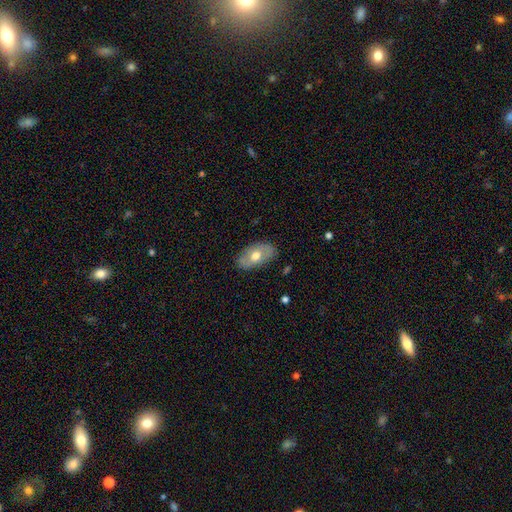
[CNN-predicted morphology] Smooth or featured? Predicted: smooth (p=0.55). How rounded? Predicted: in between (p=0.92). Merging? Predicted: none (p=0.81).